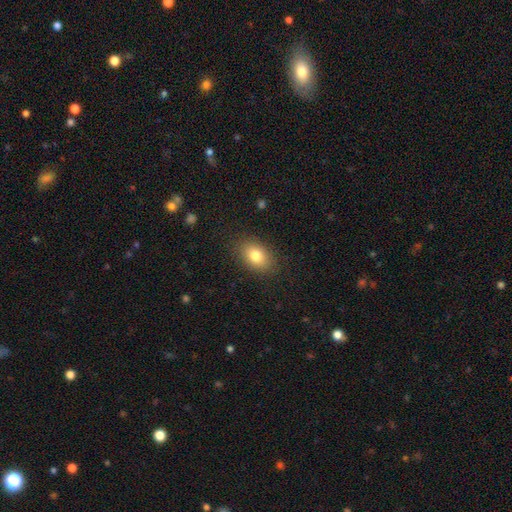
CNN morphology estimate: type=smooth (80%); roundness=in between (81%); merging=none (87%).